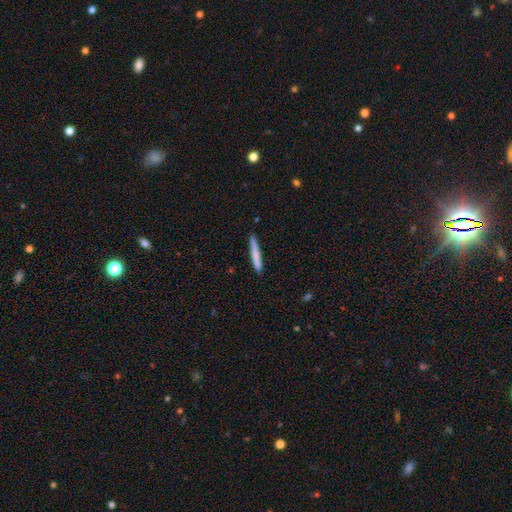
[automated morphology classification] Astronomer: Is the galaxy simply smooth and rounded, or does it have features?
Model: smooth — 75%.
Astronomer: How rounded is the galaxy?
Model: cigar-shaped — 95%.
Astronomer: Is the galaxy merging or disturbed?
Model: none — 88%.